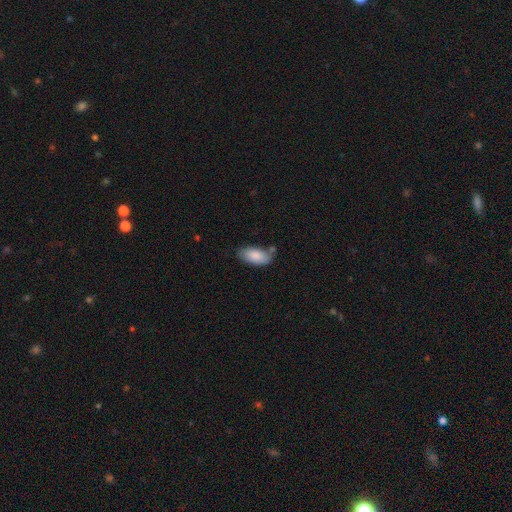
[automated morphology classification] Smooth or featured?
  - smooth: 85% *
  - featured or disk: 8%
  - star or artifact: 6%
How rounded?
  - in between: 92% *
  - cigar-shaped: 5%
  - round: 2%
Merging?
  - none: 68% *
  - minor disturbance: 20%
  - merger: 8%
  - major disturbance: 4%